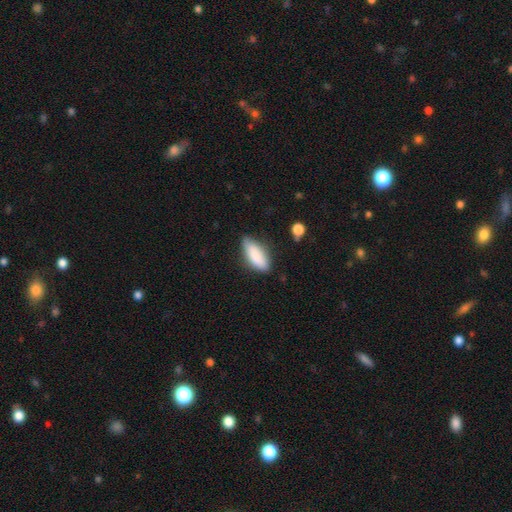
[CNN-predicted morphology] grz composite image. It shows a smooth galaxy with no disk features (85%) that is in between round and cigar-shaped (79%). Merging: none (70%).